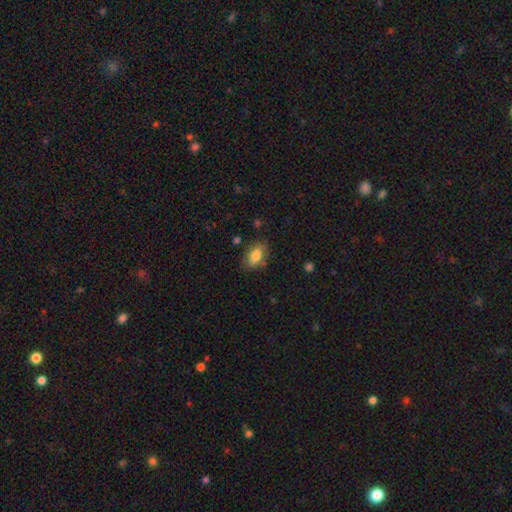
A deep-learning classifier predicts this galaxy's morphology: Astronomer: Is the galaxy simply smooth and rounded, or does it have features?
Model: smooth — 80%.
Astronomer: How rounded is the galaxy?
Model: in between — 90%.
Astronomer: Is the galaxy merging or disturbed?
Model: none — 76%.